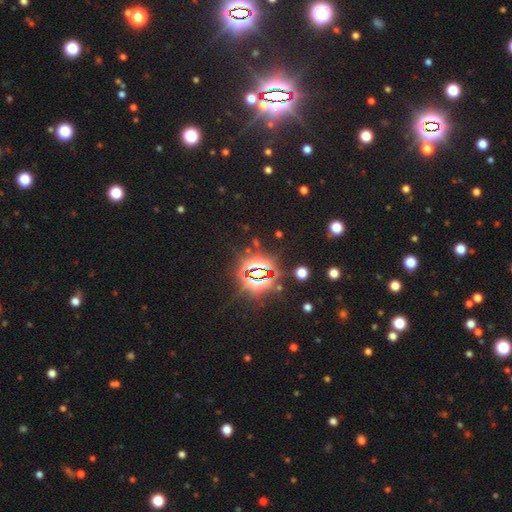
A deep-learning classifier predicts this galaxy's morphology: Smooth or featured? star or artifact (85%)